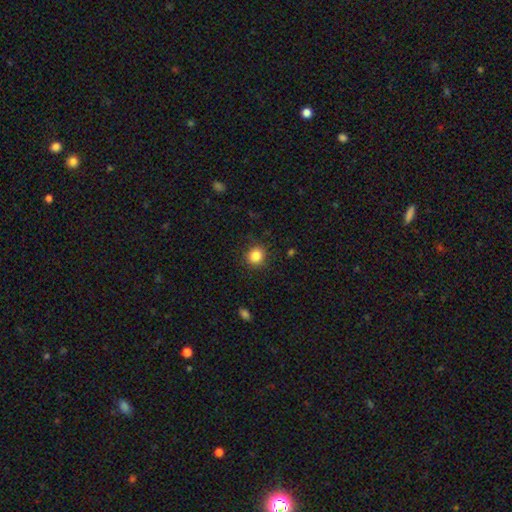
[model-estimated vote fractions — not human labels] Morphology: type=smooth (85%); roundness=round (88%); merging=none (88%).